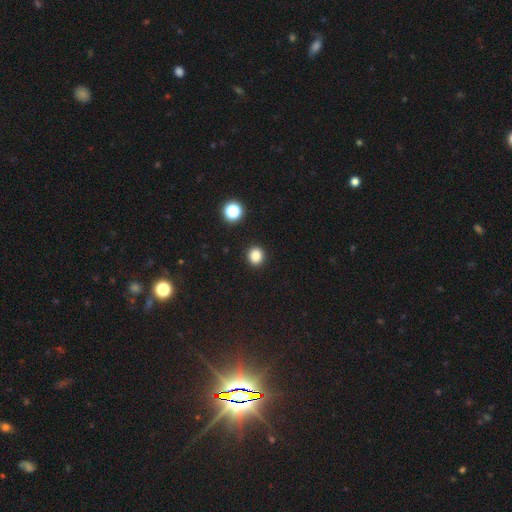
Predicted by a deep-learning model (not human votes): Smooth or featured? smooth (84%)
How rounded? round (79%)
Merging? none (91%)